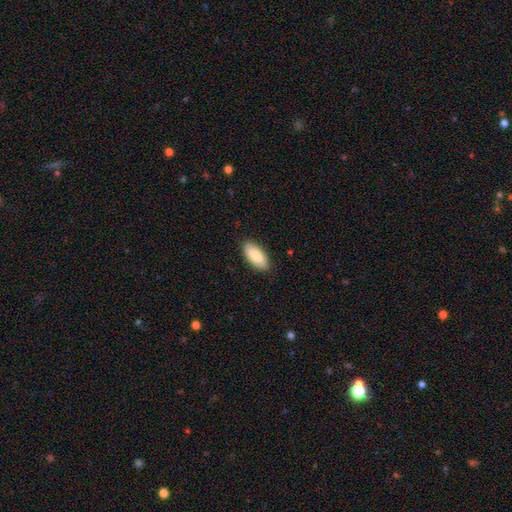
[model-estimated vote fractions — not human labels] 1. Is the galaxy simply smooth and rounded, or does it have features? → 81% smooth, 13% featured or disk, 6% star or artifact.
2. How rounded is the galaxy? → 88% in between, 10% cigar-shaped, 2% round.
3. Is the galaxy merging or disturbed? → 86% none, 11% minor disturbance, 2% major disturbance, 1% merger.